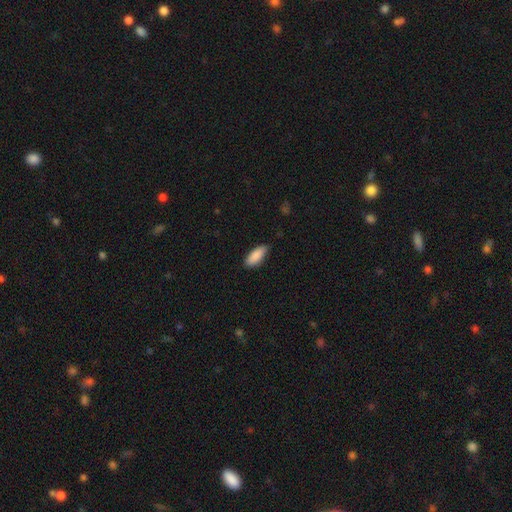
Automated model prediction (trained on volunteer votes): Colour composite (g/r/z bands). It shows a smooth galaxy with no disk features (89%) that is in between round and cigar-shaped (81%). Merging: none (80%).